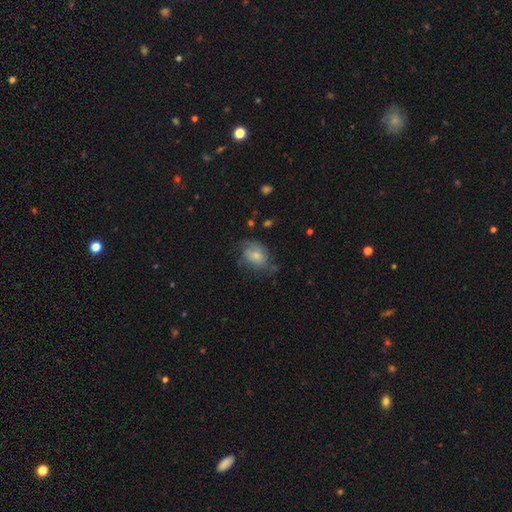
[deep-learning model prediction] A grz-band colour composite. It shows a featured or disk galaxy (46%, tied with smooth). Merging: none (48%).